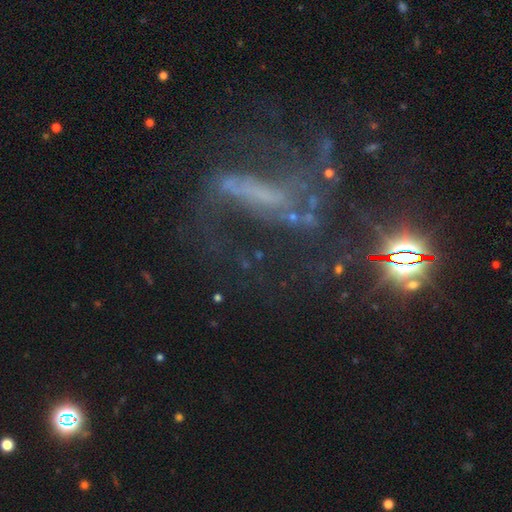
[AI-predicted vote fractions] The model was most divided on "merging": none: 45%, major disturbance: 33%, minor disturbance: 16%, merger: 6%. More confident: edge-on disk — no (86%); spiral arms — yes (71%); smooth or featured — featured or disk (65%); bulge size — none (62%); bar — strong (57%).